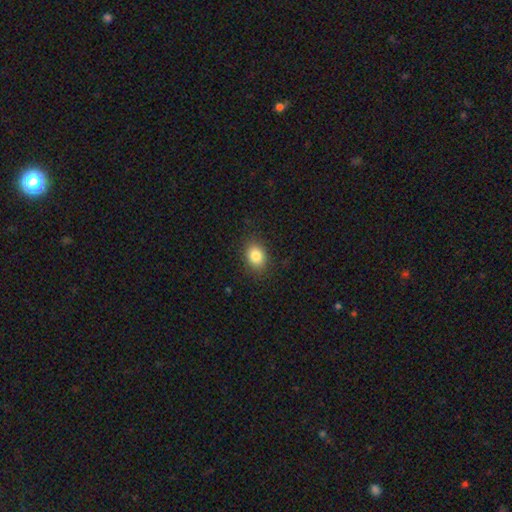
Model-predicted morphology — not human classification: Q: Smooth or featured?
A: smooth (85%); runner-up: star or artifact (9%)
Q: How rounded?
A: in between (61%); runner-up: round (38%)
Q: Merging?
A: none (85%); runner-up: minor disturbance (10%)